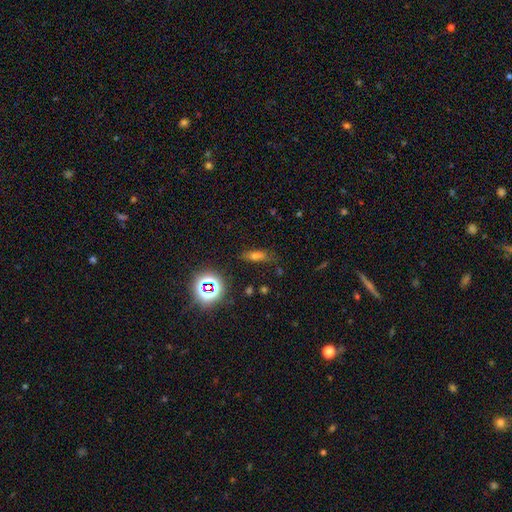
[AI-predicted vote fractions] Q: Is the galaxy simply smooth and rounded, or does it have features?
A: smooth — 56%.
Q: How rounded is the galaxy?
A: in between — 54%.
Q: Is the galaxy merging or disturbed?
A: none — 72%.